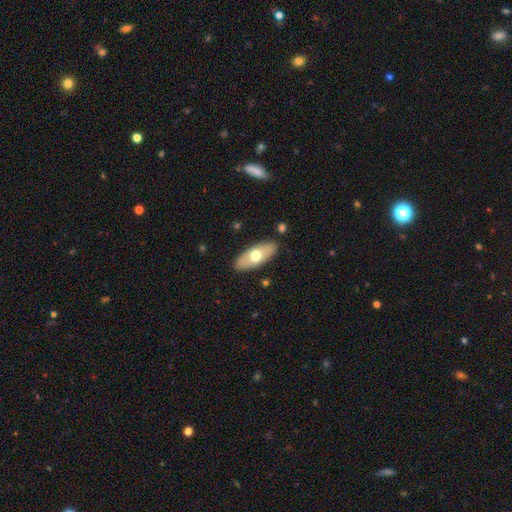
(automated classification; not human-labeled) The model was most divided on "smooth or featured": smooth: 61%, featured or disk: 34%, star or artifact: 5%. More confident: merging — none (87%); how rounded — in between (82%).